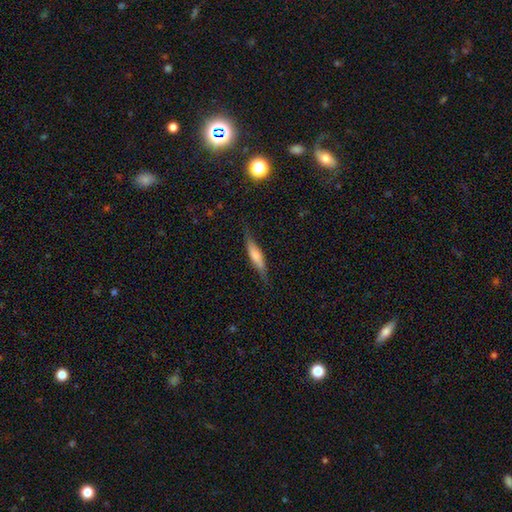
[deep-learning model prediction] smooth-or-featured: smooth: 57% | featured or disk: 37% | star or artifact: 6%
  how-rounded: cigar-shaped: 75% | in between: 23% | round: 2%
  merging: none: 75% | minor disturbance: 19% | major disturbance: 5% | merger: 1%